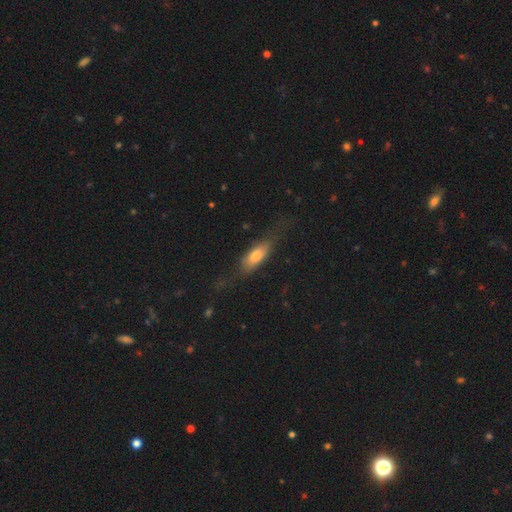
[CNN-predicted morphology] Overall: smooth (63%; featured or disk 30%). How rounded: in between (60%; cigar-shaped 36%). Merging: none (61%; minor disturbance 22%).